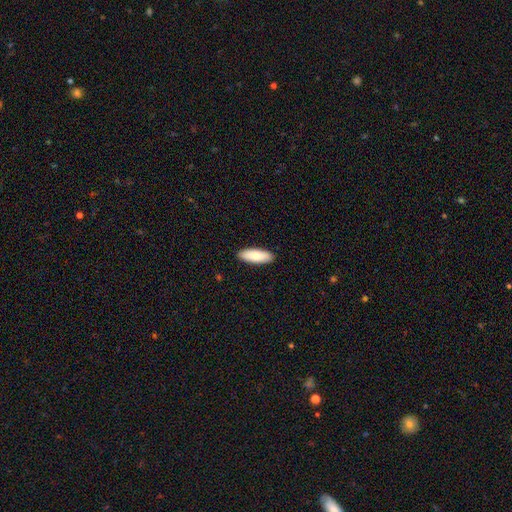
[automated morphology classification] Smooth or featured? Predicted: smooth (p=0.84). How rounded? Predicted: in between (p=0.65). Merging? Predicted: none (p=0.90).